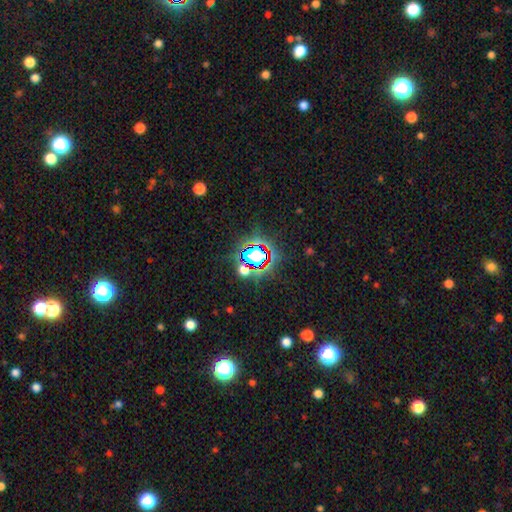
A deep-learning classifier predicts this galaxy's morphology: The model was most divided on "smooth or featured": star or artifact: 68%, smooth: 21%, featured or disk: 11%.